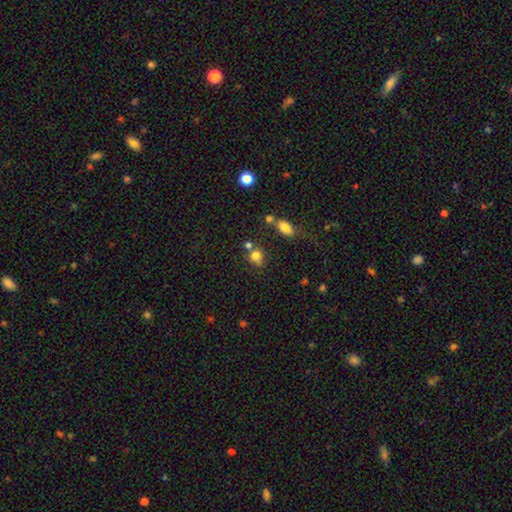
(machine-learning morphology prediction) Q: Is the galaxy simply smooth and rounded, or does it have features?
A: smooth — 77%.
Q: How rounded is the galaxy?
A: round — 65%.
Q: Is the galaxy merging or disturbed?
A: none — 55%.